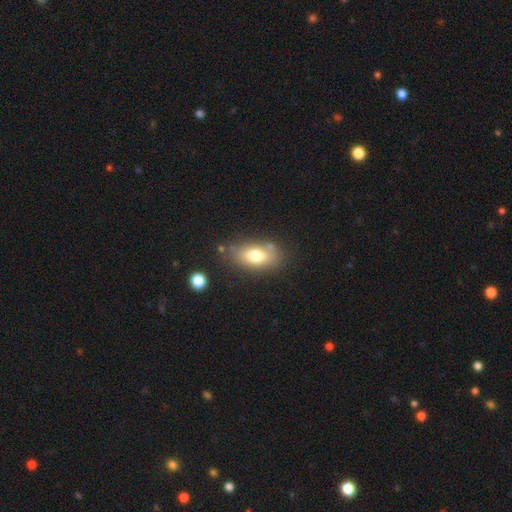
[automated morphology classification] Q: Smooth or featured?
A: smooth (73%); runner-up: featured or disk (18%)
Q: How rounded?
A: in between (87%); runner-up: round (8%)
Q: Merging?
A: none (71%); runner-up: minor disturbance (17%)